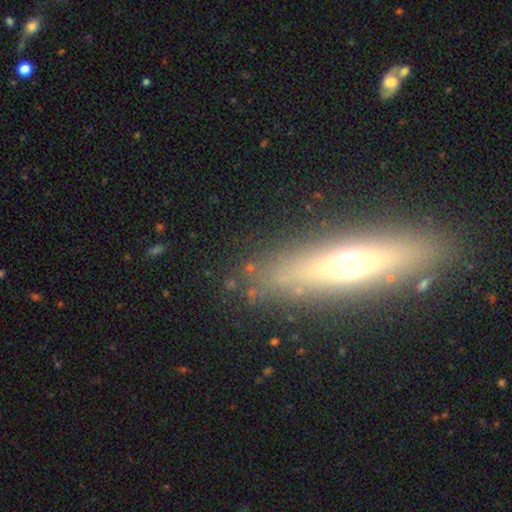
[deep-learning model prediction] Smooth or featured? featured or disk (49%)
Merging? none (84%)